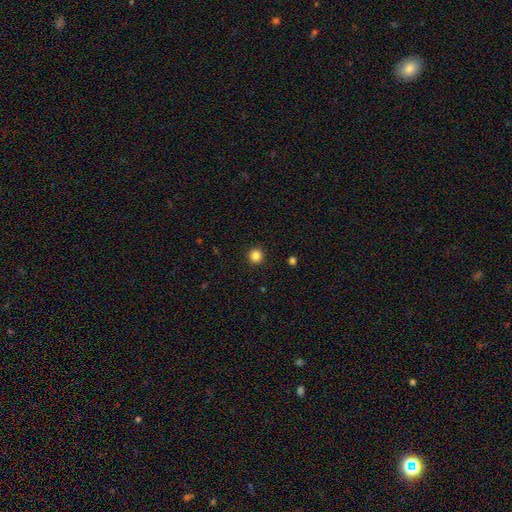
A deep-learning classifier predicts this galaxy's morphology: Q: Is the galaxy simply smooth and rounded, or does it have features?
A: smooth — 84%.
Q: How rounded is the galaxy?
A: round — 95%.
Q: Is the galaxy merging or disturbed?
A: none — 93%.